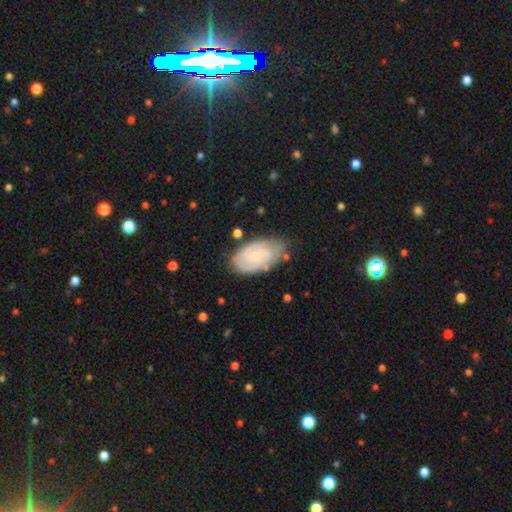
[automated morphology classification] Q: Smooth or featured?
A: featured or disk (51%); runner-up: smooth (42%)
Q: Edge-on disk?
A: no (95%); runner-up: yes (5%)
Q: Merging?
A: none (68%); runner-up: minor disturbance (24%)